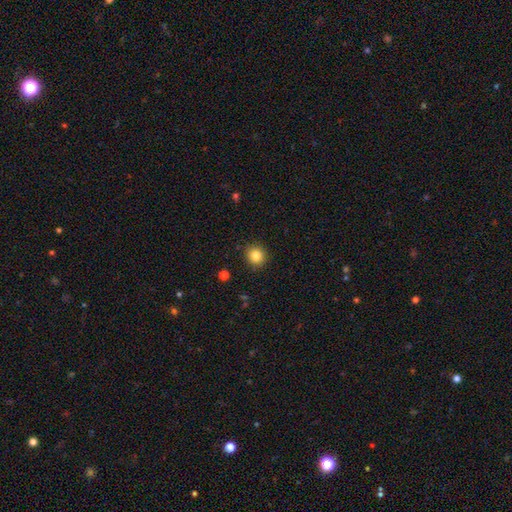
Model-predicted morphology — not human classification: smooth 83%, star or artifact 11%, featured or disk 6%. Down the decision tree: how rounded — round (89%); merging — none (90%).